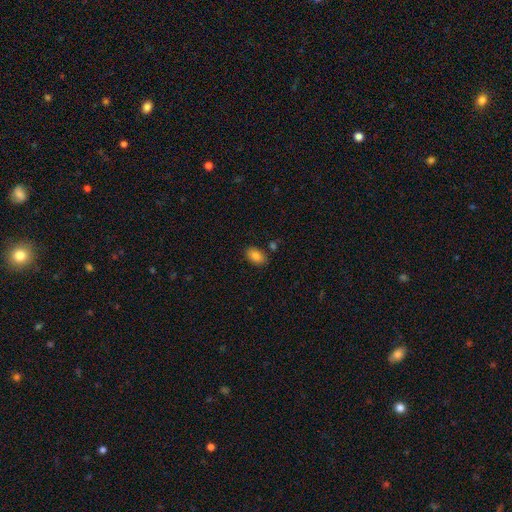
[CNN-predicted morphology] Smooth or featured? smooth (84%)
How rounded? in between (88%)
Merging? none (83%)